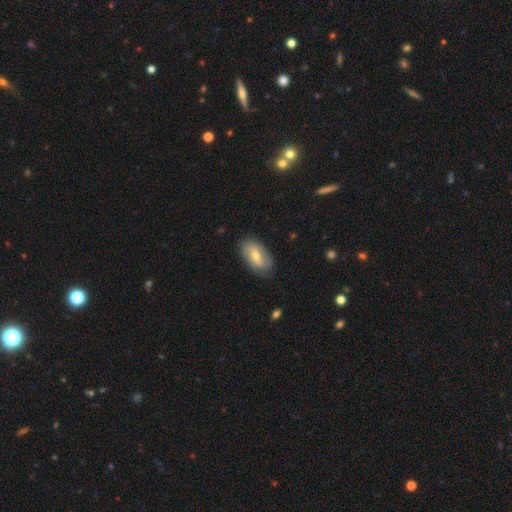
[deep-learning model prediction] smooth_or_featured: smooth (p=0.52) [alt: featured or disk p=0.42]
how_rounded: in between (p=0.92) [alt: round p=0.05]
merging: none (p=0.80) [alt: minor disturbance p=0.16]